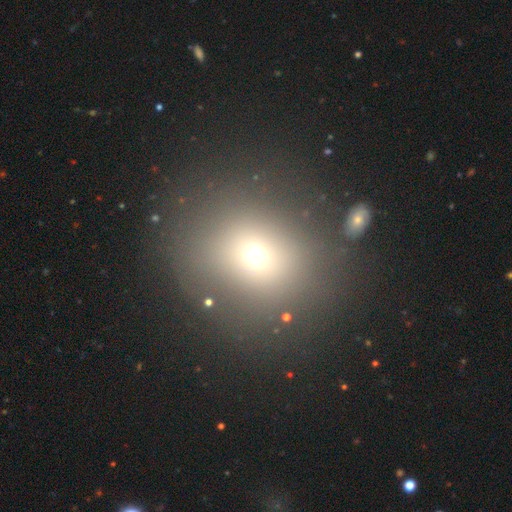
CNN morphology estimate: This appears to be a smooth galaxy with no disk features (64%) that is round (78%). Merging: none (77%).